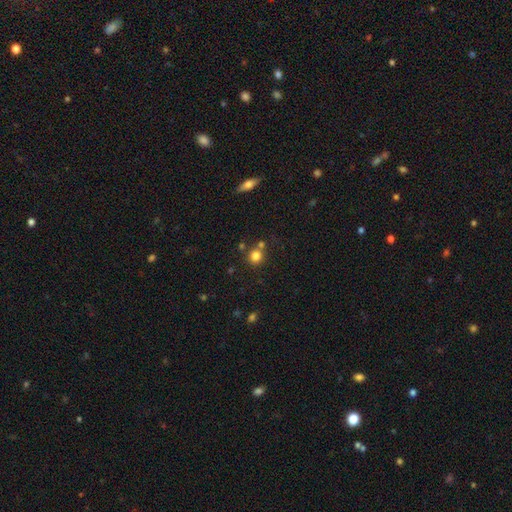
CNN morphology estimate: This is clearly a smooth galaxy (81%). How rounded: clearly round (90%). Merging: likely none (72%).